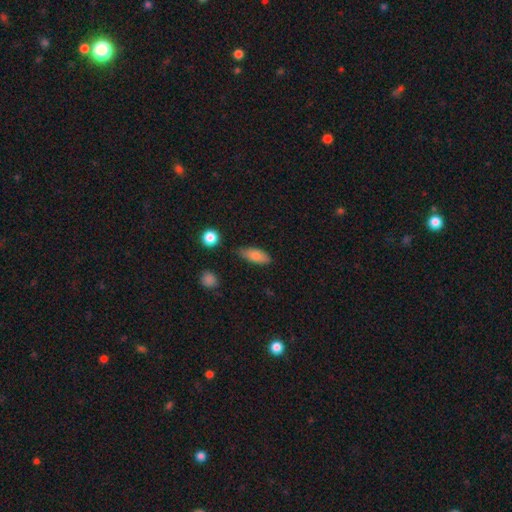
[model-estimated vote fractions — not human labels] smooth 79%, featured or disk 13%, star or artifact 8%. Down the decision tree: how rounded — in between (79%); merging — none (71%).